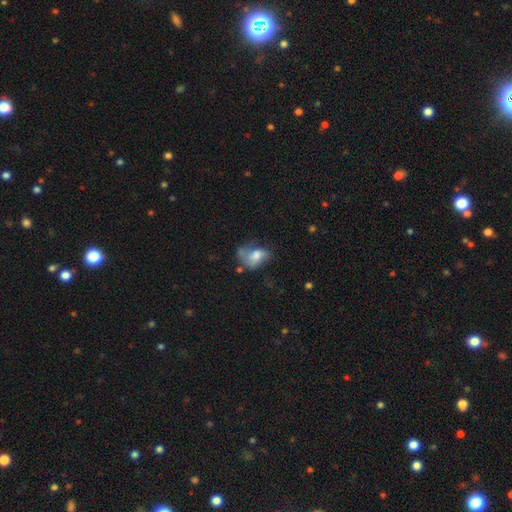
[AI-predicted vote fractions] Smooth or featured?
  - smooth: 53% *
  - featured or disk: 37%
  - star or artifact: 10%
How rounded?
  - in between: 81% *
  - round: 17%
  - cigar-shaped: 2%
Merging?
  - major disturbance: 34% *
  - none: 27%
  - minor disturbance: 25%
  - merger: 14%